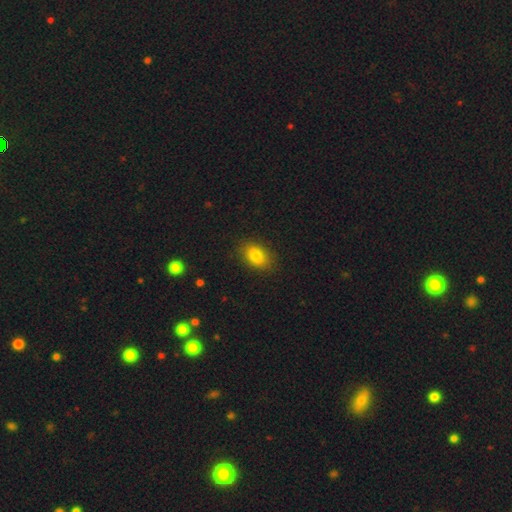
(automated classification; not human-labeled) Overall: smooth (82%). How rounded: in between (81%). Merging: none (86%).